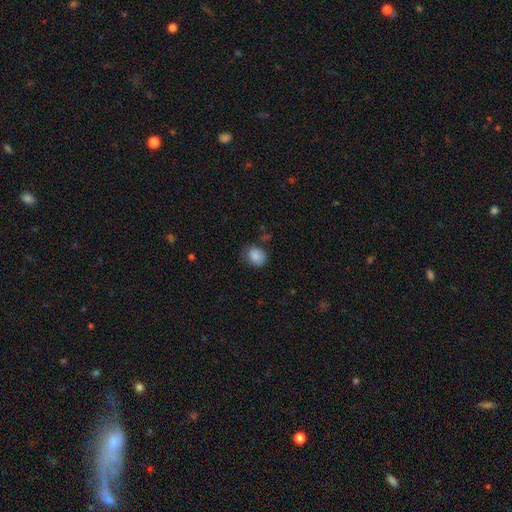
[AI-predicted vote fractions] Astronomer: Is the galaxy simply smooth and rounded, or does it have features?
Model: smooth — 87%.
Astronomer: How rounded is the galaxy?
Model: in between — 54% (runner-up: round, 46%).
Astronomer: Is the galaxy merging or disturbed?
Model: none — 66%.